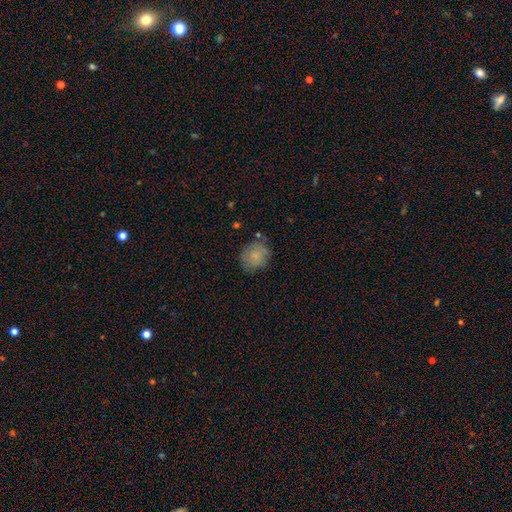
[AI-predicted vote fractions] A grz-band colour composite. It shows a smooth galaxy with no disk features (79%) that is round (76%). Merging: none (71%).